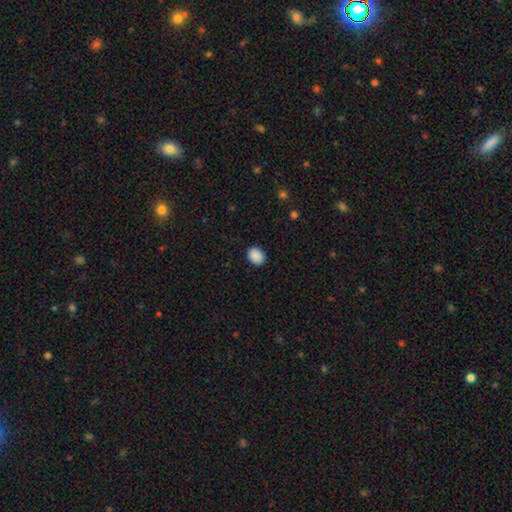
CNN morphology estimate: type=smooth (90%); roundness=in between (56%); merging=none (90%).